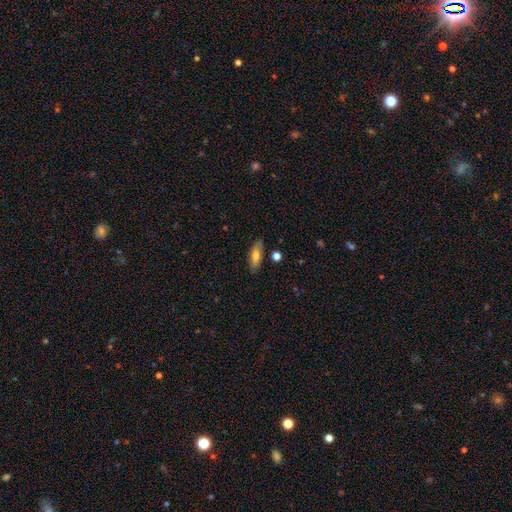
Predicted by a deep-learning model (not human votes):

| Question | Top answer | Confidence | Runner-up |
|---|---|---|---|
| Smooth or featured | smooth | 64% | featured or disk (28%) |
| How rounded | in between | 69% | cigar-shaped (28%) |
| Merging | none | 82% | minor disturbance (13%) |